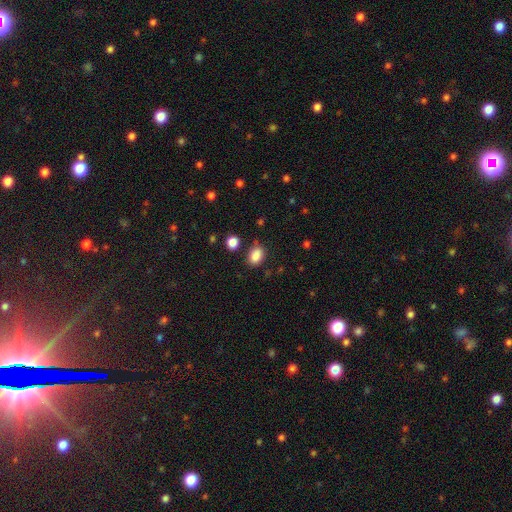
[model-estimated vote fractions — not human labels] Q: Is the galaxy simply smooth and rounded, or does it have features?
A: smooth — 86%.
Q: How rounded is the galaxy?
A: in between — 73%.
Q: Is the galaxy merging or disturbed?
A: none — 79%.